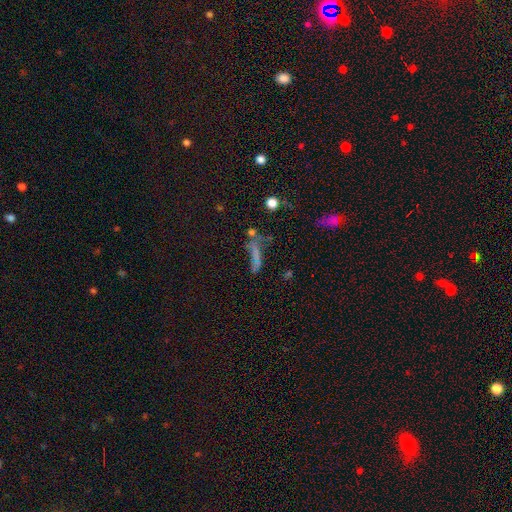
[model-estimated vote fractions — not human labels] Smooth or featured? smooth (52%)
How rounded? cigar-shaped (70%)
Merging? none (39%)